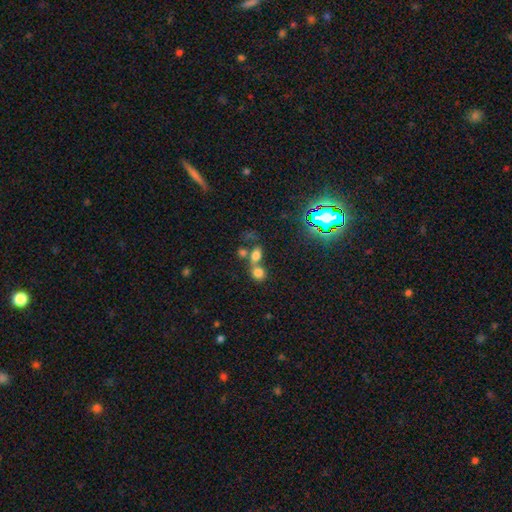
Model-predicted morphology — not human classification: smooth 66%, star or artifact 21%, featured or disk 12%. Down the decision tree: how rounded — in between (51%); merging — merger (56%).